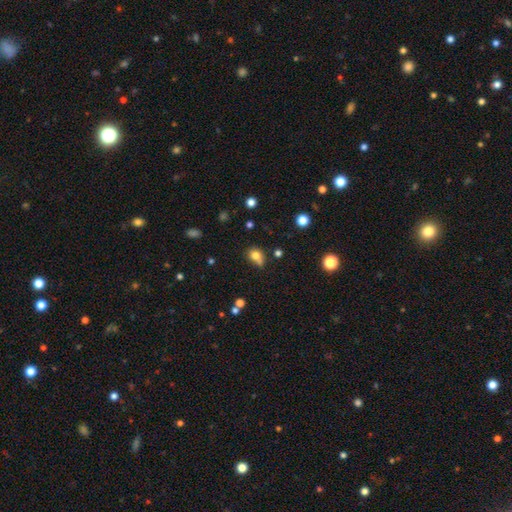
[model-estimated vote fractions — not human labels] Smooth or featured: smooth — 76% (star or artifact — 13%)
How rounded: round — 53% (in between — 45%)
Merging: none — 44% (minor disturbance — 26%)